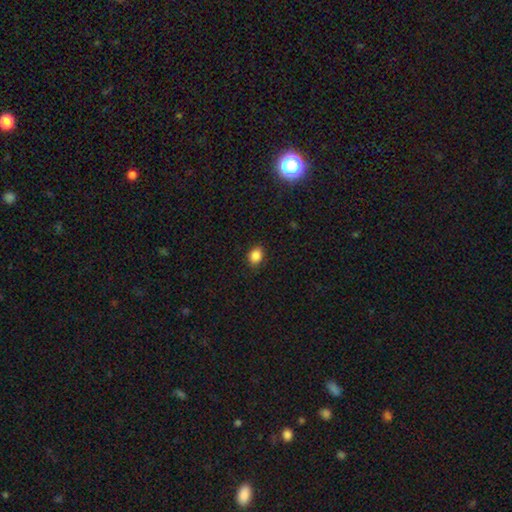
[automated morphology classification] smooth 87%, star or artifact 10%, featured or disk 3%. Down the decision tree: how rounded — in between (63%); merging — none (88%).